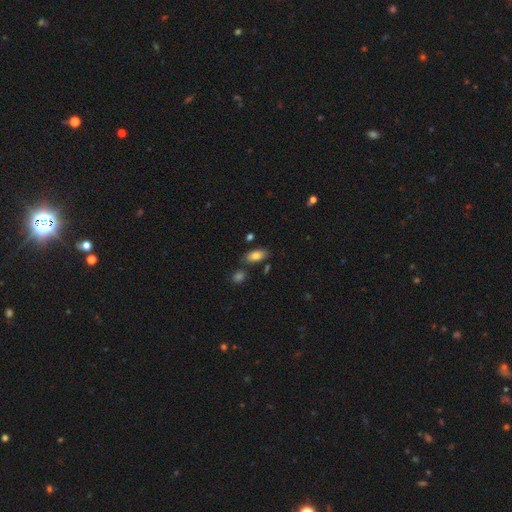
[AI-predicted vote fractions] smooth 82%, featured or disk 10%, star or artifact 8%. Down the decision tree: how rounded — in between (90%); merging — none (77%).